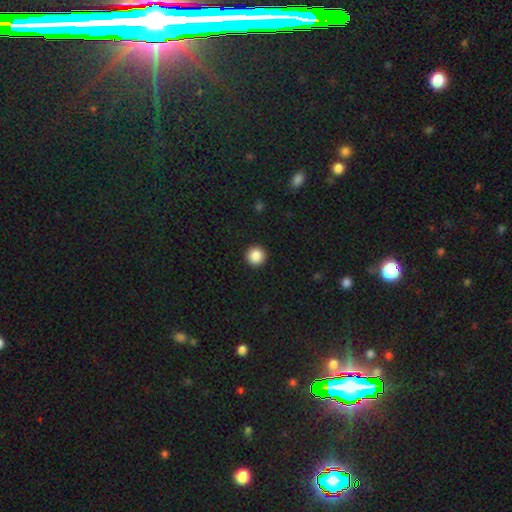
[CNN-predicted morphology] Smooth or featured: smooth — 87% (star or artifact — 9%)
How rounded: round — 96% (in between — 3%)
Merging: none — 94% (minor disturbance — 4%)